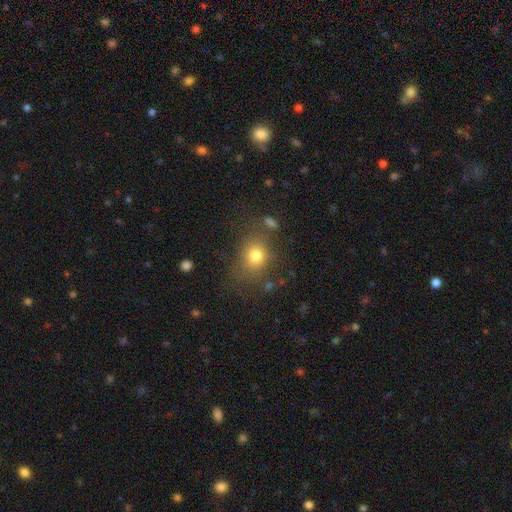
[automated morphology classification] Q: Smooth or featured?
A: smooth (77%); runner-up: star or artifact (13%)
Q: How rounded?
A: round (62%); runner-up: in between (37%)
Q: Merging?
A: none (72%); runner-up: minor disturbance (15%)